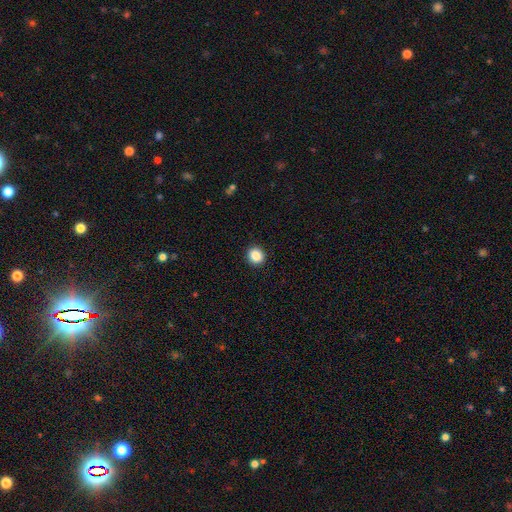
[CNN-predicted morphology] A smooth galaxy with no disk features (87%) that is round (85%). Merging: none (92%).